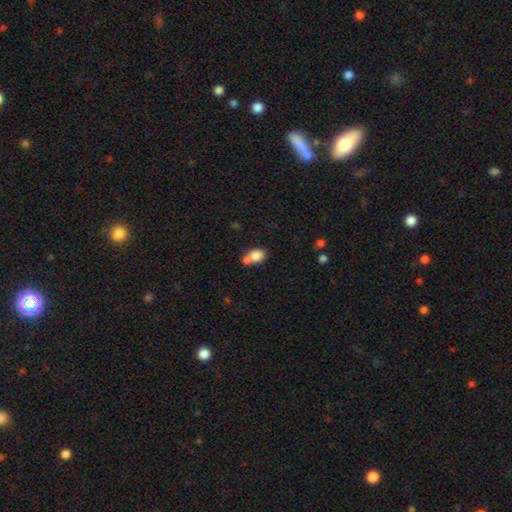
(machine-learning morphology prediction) Smooth or featured?
  - smooth: 82% *
  - featured or disk: 9%
  - star or artifact: 9%
How rounded?
  - in between: 65% *
  - round: 34%
  - cigar-shaped: 1%
Merging?
  - merger: 45% *
  - none: 39%
  - minor disturbance: 12%
  - major disturbance: 4%